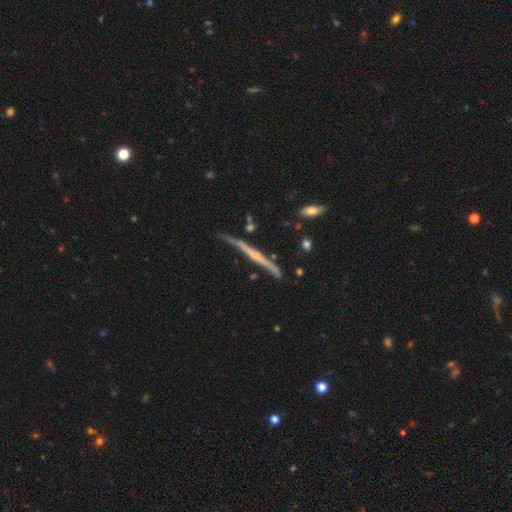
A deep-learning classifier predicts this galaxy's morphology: featured or disk 70%, smooth 23%, star or artifact 7%. Down the decision tree: edge-on disk — yes (97%); edge-on bulge — none (54%); merging — none (74%).